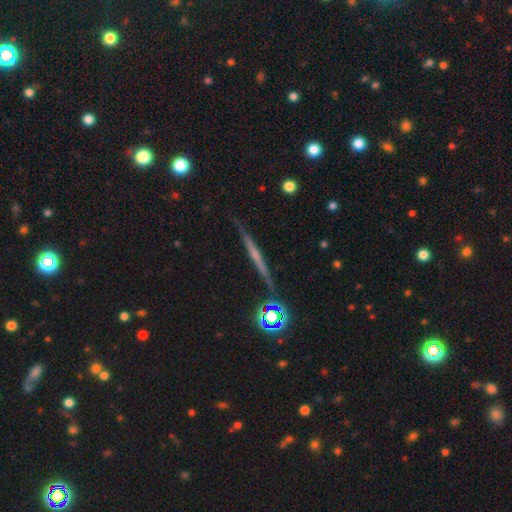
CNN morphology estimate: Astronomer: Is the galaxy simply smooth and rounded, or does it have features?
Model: featured or disk — 60%.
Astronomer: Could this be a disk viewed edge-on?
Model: yes — 97%.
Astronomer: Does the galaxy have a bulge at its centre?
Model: none — 68%.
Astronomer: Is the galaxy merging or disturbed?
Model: none — 89%.